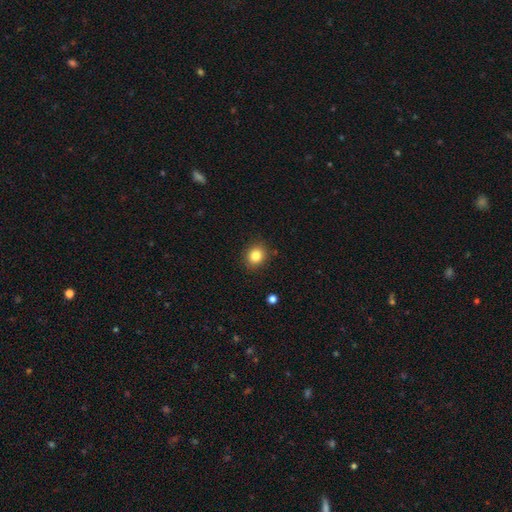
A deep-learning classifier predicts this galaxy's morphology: Q: Smooth or featured?
A: smooth (83%); runner-up: star or artifact (11%)
Q: How rounded?
A: round (71%); runner-up: in between (28%)
Q: Merging?
A: none (88%); runner-up: minor disturbance (8%)